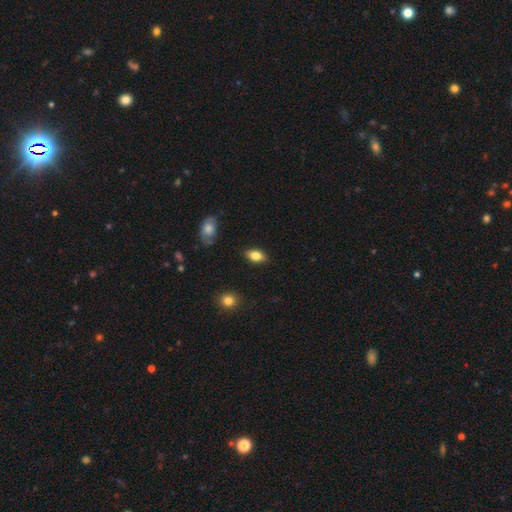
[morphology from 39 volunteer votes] smooth-or-featured: smooth: 90% | featured or disk: 5% | star or artifact: 5%
  how-rounded: in between: 94% | cigar-shaped: 6% | round: 0%
  merging: none: 92% | minor disturbance: 3% | major disturbance: 3% | merger: 3%